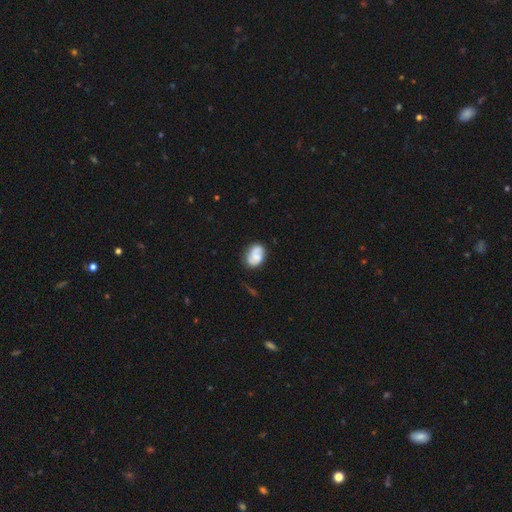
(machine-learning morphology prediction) type=smooth (50%); roundness=in between (73%); merging=none (63%).